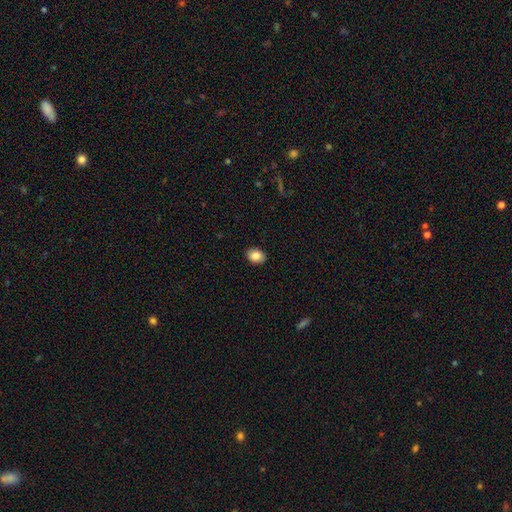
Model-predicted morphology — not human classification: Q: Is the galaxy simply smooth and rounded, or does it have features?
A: smooth — 85%.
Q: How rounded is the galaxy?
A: in between — 57%.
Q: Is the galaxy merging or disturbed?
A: none — 89%.